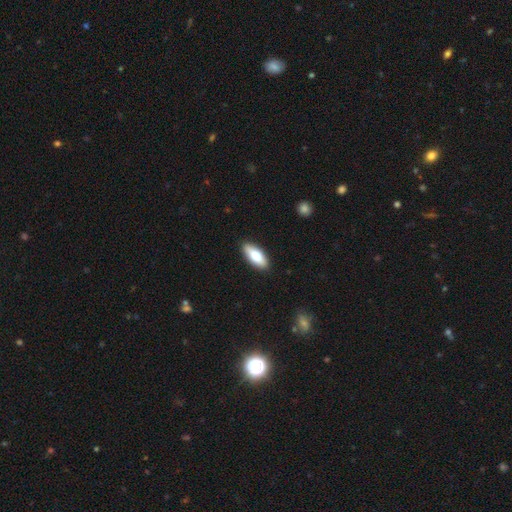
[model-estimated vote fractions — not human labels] smooth_or_featured: smooth (p=0.74) [alt: featured or disk p=0.21]
how_rounded: in between (p=0.76) [alt: cigar-shaped p=0.21]
merging: none (p=0.90) [alt: minor disturbance p=0.08]